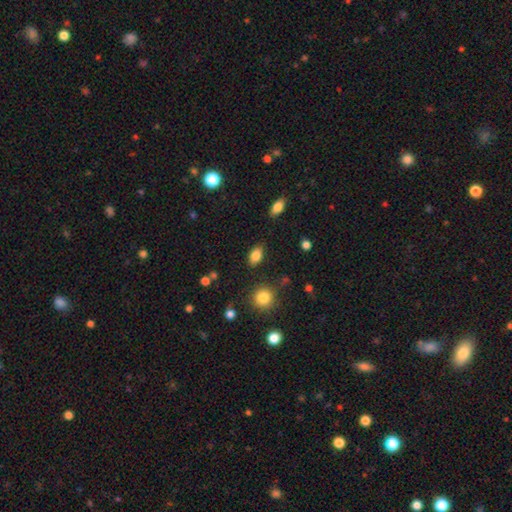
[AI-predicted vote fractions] A smooth galaxy with no disk features (83%) that is in between round and cigar-shaped (85%).

Vote fractions:
- Smooth or featured? smooth: 83% / star or artifact: 9% / featured or disk: 7%
- How rounded? in between: 85% / round: 13% / cigar-shaped: 2%
- Merging? none: 83% / minor disturbance: 12% / major disturbance: 3% / merger: 3%